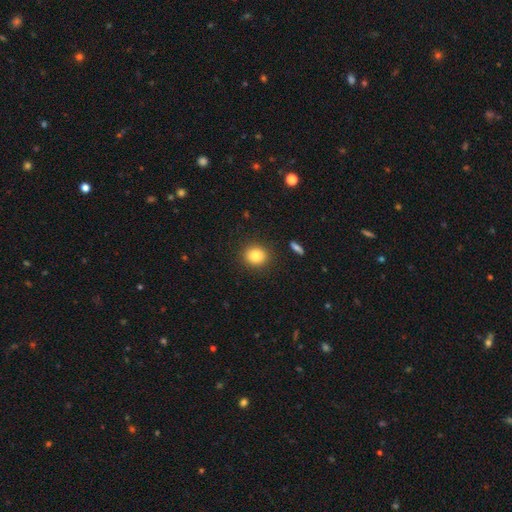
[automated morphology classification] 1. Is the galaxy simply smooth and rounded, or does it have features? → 84% smooth, 10% star or artifact, 6% featured or disk.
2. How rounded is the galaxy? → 78% round, 21% in between, 1% cigar-shaped.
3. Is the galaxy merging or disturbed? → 90% none, 7% minor disturbance, 2% major disturbance, 1% merger.